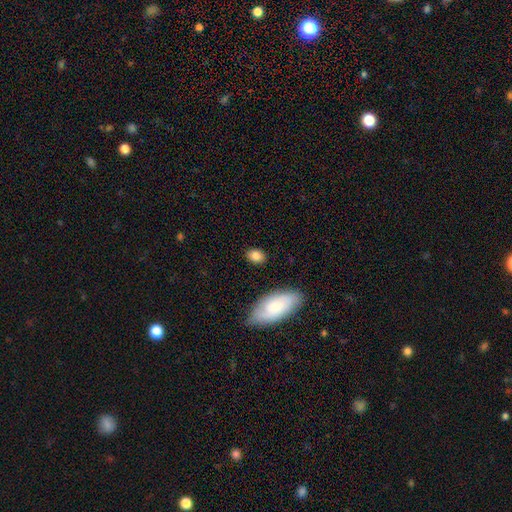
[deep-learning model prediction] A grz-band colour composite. It shows a smooth galaxy with no disk features (84%) that is in between round and cigar-shaped (79%). Merging: none (83%).